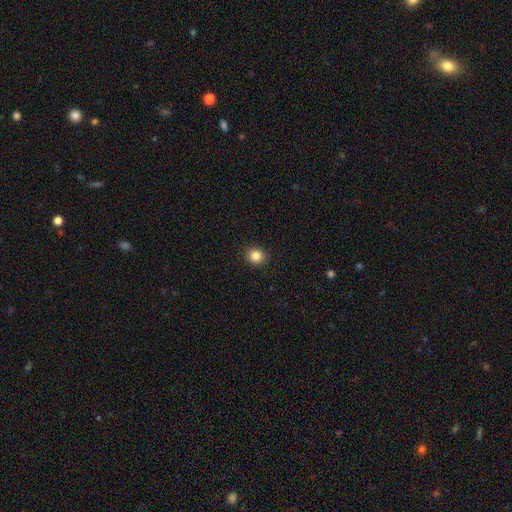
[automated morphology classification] smooth-or-featured: smooth: 85% | star or artifact: 10% | featured or disk: 5%
  how-rounded: round: 81% | in between: 18% | cigar-shaped: 1%
  merging: none: 91% | minor disturbance: 6% | major disturbance: 2% | merger: 1%